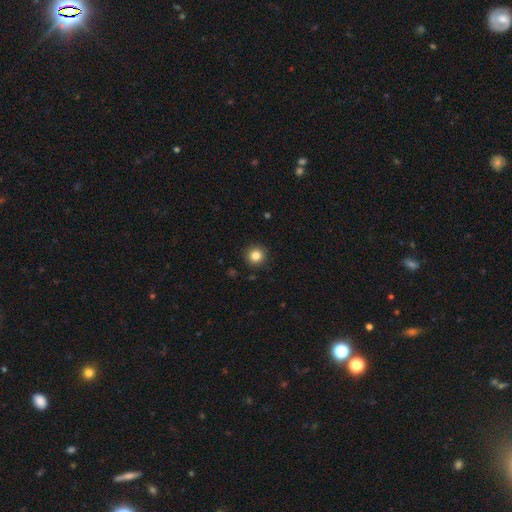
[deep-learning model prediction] A smooth galaxy with no disk features (83%) that is round (94%).

Vote fractions:
- Smooth or featured? smooth: 83% / star or artifact: 11% / featured or disk: 5%
- How rounded? round: 94% / in between: 5% / cigar-shaped: 1%
- Merging? none: 91% / minor disturbance: 6% / major disturbance: 2% / merger: 1%